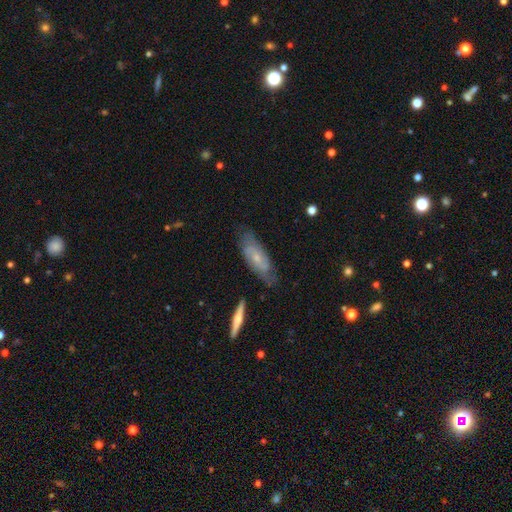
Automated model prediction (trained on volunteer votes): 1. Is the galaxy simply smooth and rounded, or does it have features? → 63% featured or disk, 29% smooth, 7% star or artifact.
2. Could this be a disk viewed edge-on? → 79% no, 21% yes.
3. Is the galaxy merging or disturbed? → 70% none, 22% minor disturbance, 6% major disturbance, 2% merger.